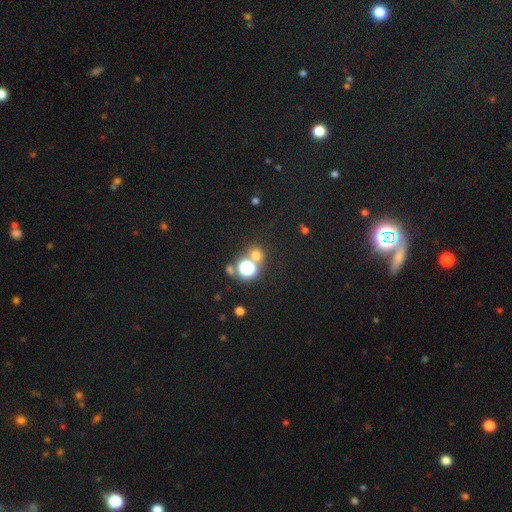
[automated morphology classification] This appears to be a smooth galaxy with no disk features (58%) that is round (82%). Merging: none (65%).